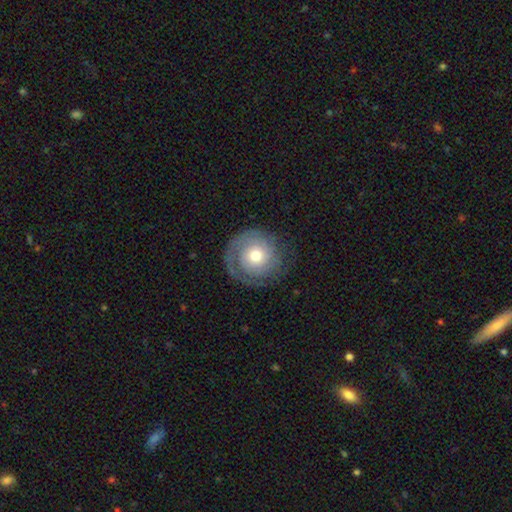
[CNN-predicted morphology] A featured or disk galaxy (59%) with no bar (83%), spiral arms (80%) and a moderate central bulge (65%). Merging: none (75%).